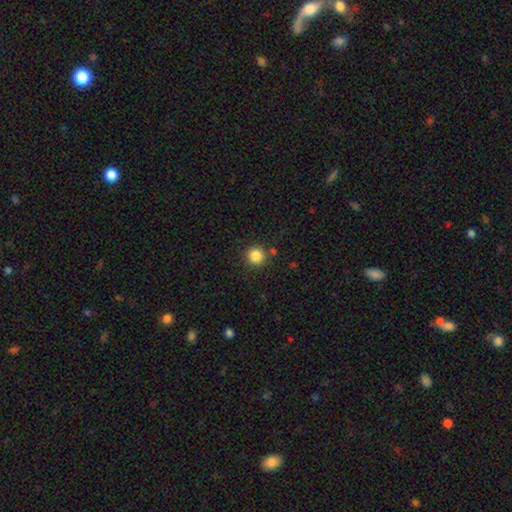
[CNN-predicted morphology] Smooth or featured?
  - smooth: 85% *
  - star or artifact: 11%
  - featured or disk: 4%
How rounded?
  - round: 95% *
  - in between: 4%
  - cigar-shaped: 1%
Merging?
  - none: 86% *
  - minor disturbance: 7%
  - merger: 4%
  - major disturbance: 2%